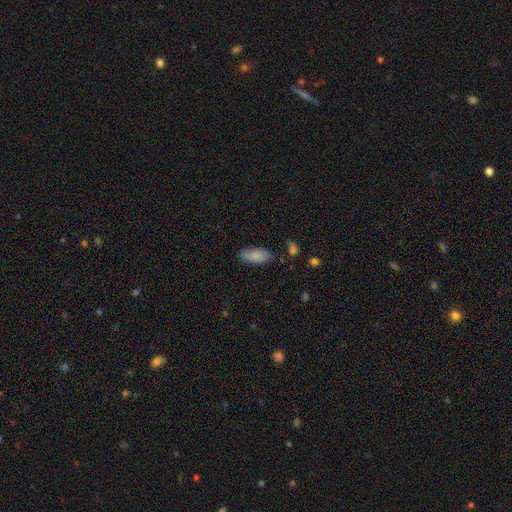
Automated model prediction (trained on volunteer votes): This appears to be a smooth galaxy with no disk features (84%) that is in between round and cigar-shaped (87%). Merging: none (73%).